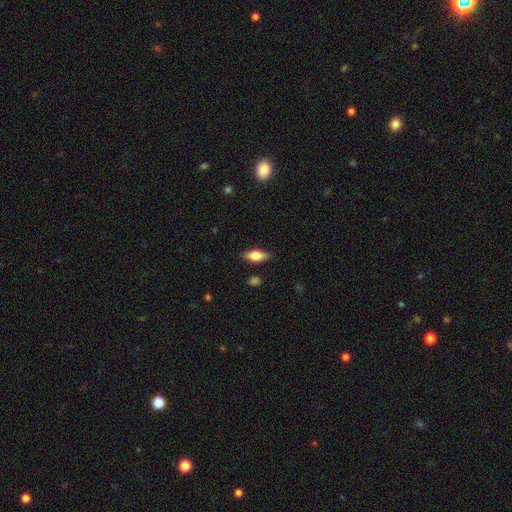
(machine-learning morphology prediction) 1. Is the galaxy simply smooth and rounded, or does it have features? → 65% smooth, 28% featured or disk, 7% star or artifact.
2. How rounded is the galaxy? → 77% in between, 19% cigar-shaped, 4% round.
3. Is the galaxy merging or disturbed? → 85% none, 11% minor disturbance, 2% major disturbance, 1% merger.